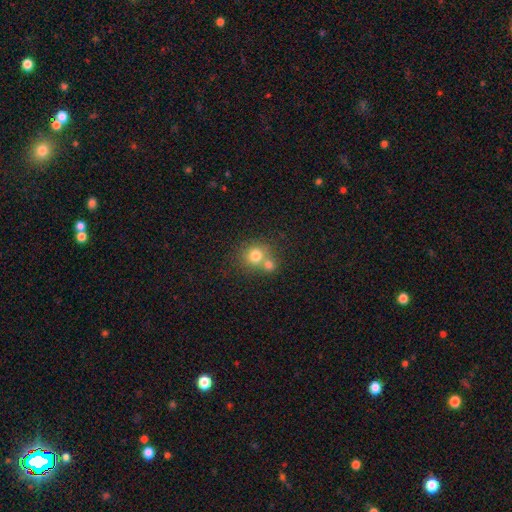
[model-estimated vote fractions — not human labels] smooth-or-featured: smooth: 76% | featured or disk: 12% | star or artifact: 12%
  how-rounded: round: 83% | in between: 16% | cigar-shaped: 1%
  merging: merger: 45% | none: 44% | minor disturbance: 8% | major disturbance: 3%